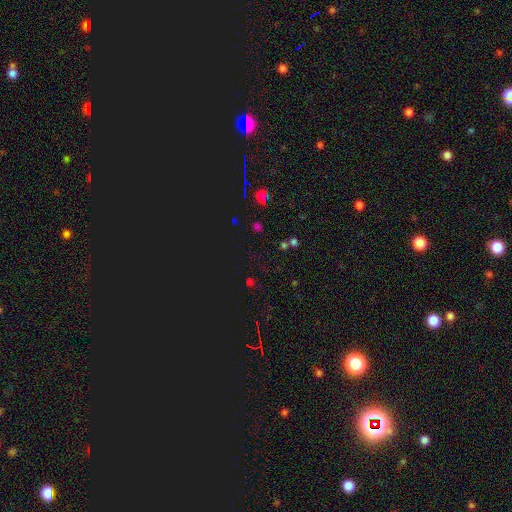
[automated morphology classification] Overall: star or artifact (63%; smooth 30%).